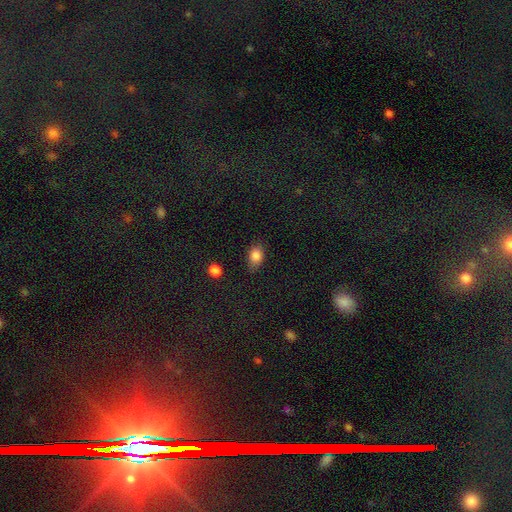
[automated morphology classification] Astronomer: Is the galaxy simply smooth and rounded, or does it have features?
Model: smooth — 84%.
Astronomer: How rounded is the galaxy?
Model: in between — 76%.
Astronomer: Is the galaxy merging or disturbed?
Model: none — 74%.